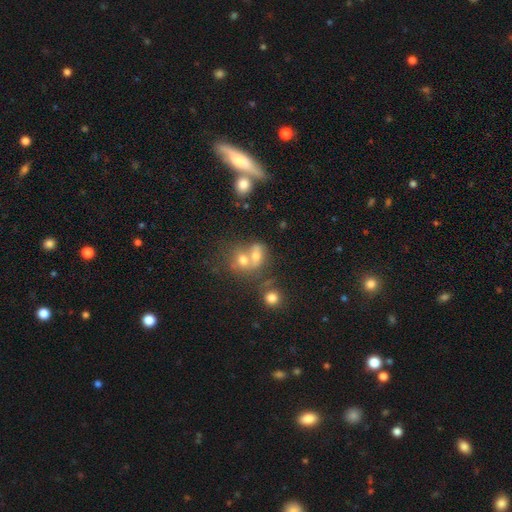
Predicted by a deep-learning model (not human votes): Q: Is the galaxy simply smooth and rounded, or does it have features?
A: smooth — 65%.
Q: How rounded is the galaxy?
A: in between — 50%.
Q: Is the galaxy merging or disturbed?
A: merger — 63%.